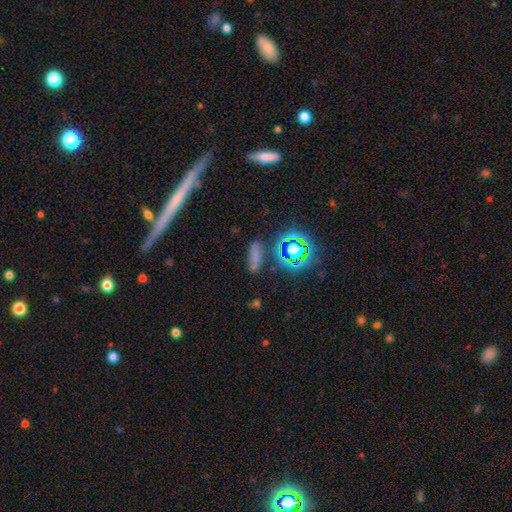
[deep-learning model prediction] Smooth or featured? Predicted: smooth (p=0.60). How rounded? Predicted: in between (p=0.48). Merging? Predicted: none (p=0.69).